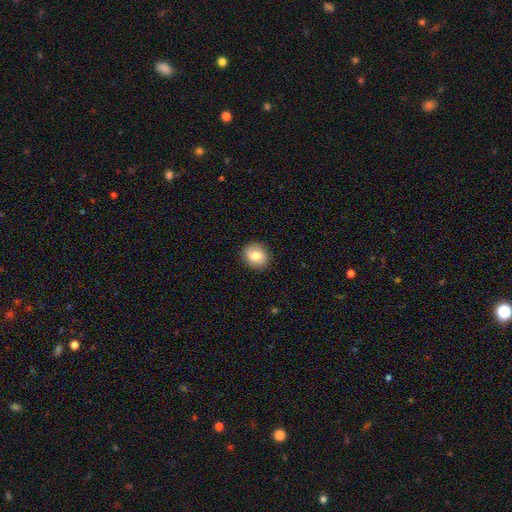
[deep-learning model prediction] Overall: smooth (77%). How rounded: round (73%). Merging: none (88%).